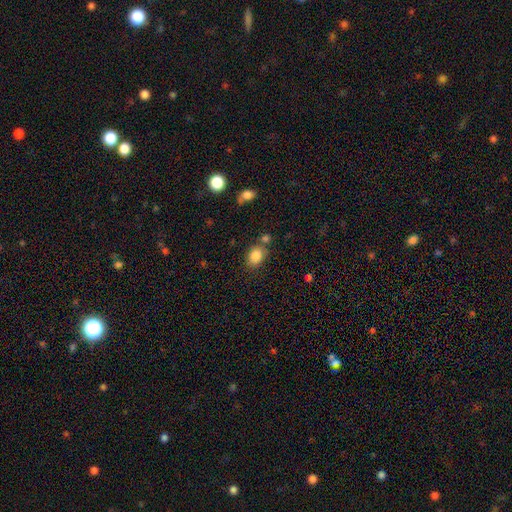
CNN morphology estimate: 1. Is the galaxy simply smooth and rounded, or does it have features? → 85% smooth, 9% star or artifact, 6% featured or disk.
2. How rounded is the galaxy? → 66% in between, 32% round, 1% cigar-shaped.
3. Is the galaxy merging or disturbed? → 68% none, 14% minor disturbance, 13% merger, 4% major disturbance.